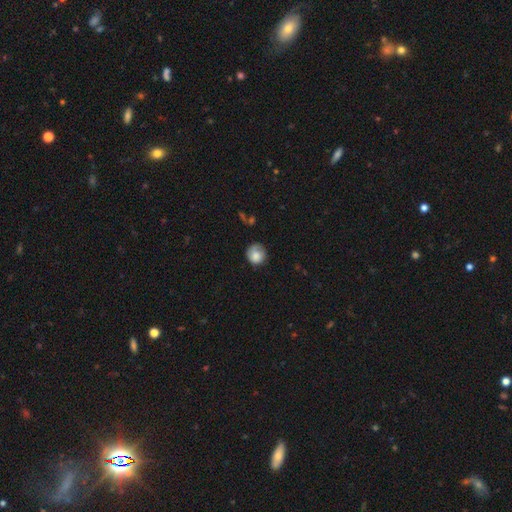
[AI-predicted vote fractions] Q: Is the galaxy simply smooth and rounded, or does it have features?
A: smooth — 78%.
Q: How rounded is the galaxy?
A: round — 84%.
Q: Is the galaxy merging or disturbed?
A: none — 59%.